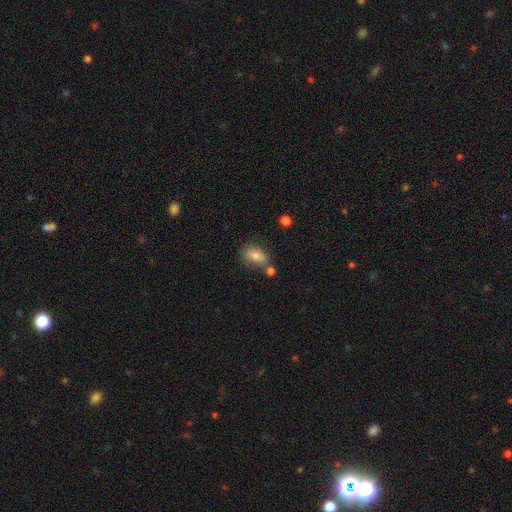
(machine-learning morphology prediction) The model was most divided on "merging": none: 55%, minor disturbance: 20%, merger: 19%, major disturbance: 7%. More confident: how rounded — in between (83%); smooth or featured — smooth (74%).